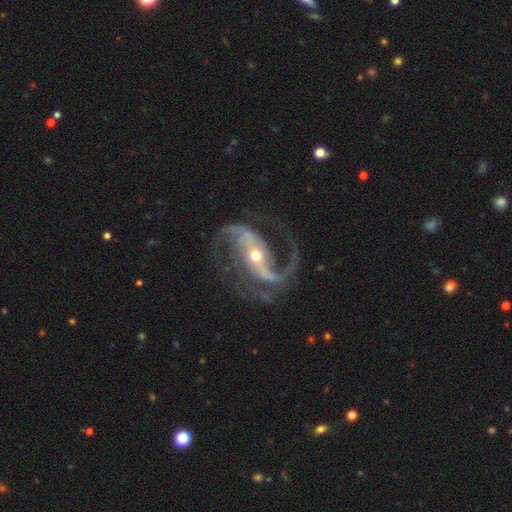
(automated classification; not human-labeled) smooth-or-featured: featured or disk: 93% | star or artifact: 4% | smooth: 3%
  disk-edge-on: no: 97% | yes: 3%
    bar: strong: 53% | weak: 29% | no: 17%
    has-spiral-arms: yes: 98% | no: 2%
      spiral-winding: medium: 56% | loose: 32% | tight: 12%
      spiral-arm-count: 2: 91% | 3: 3% | 1: 2% | can't tell: 2% | 4: 1% | more than 4: 1%
    bulge-size: moderate: 55% | small: 40% | large: 3% | none: 1% | dominant: 1%
  merging: none: 75% | minor disturbance: 13% | major disturbance: 10% | merger: 2%